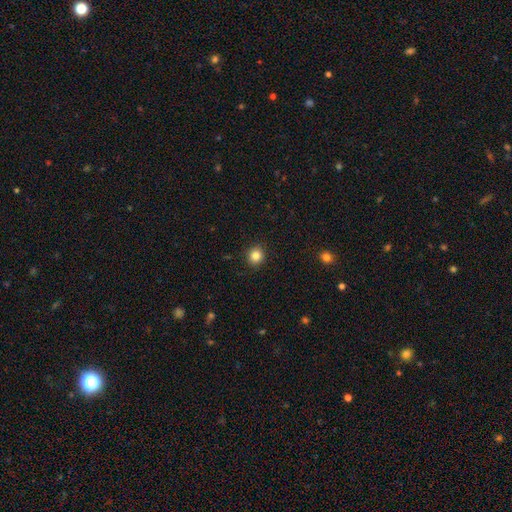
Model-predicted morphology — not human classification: Overall: smooth (84%). How rounded: round (86%). Merging: none (91%).